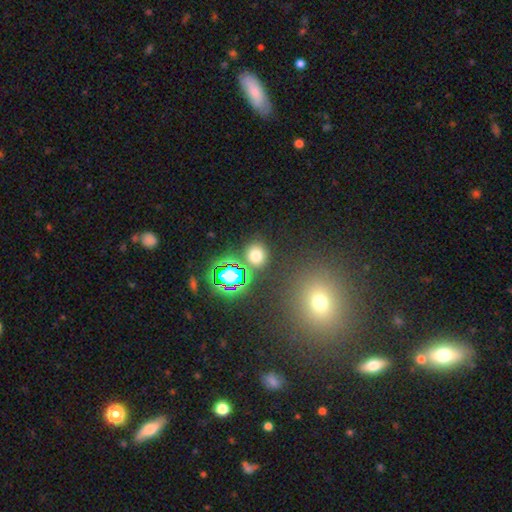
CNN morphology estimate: Smooth or featured? Predicted: smooth (p=0.69). How rounded? Predicted: round (p=0.76). Merging? Predicted: none (p=0.80).